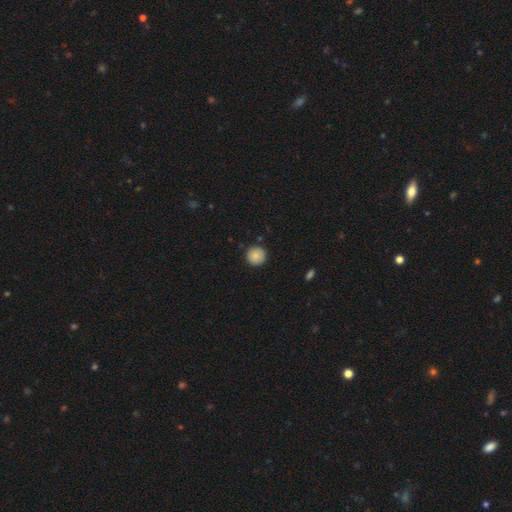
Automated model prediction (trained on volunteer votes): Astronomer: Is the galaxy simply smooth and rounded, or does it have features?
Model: smooth — 83%.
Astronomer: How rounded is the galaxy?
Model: round — 95%.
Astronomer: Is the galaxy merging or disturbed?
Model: none — 89%.